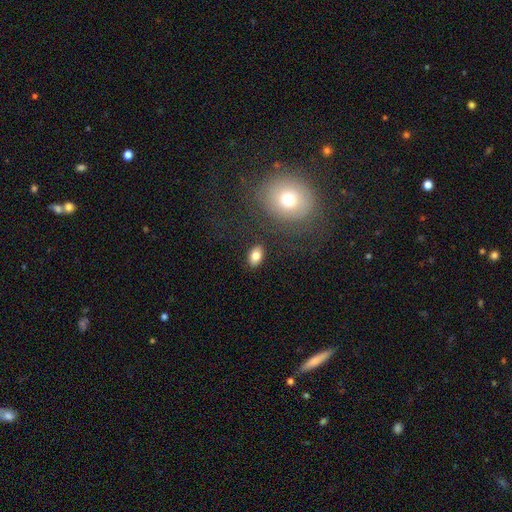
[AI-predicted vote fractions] smooth_or_featured: smooth (p=0.82) [alt: featured or disk p=0.09]
how_rounded: in between (p=0.86) [alt: round p=0.13]
merging: none (p=0.84) [alt: minor disturbance p=0.09]